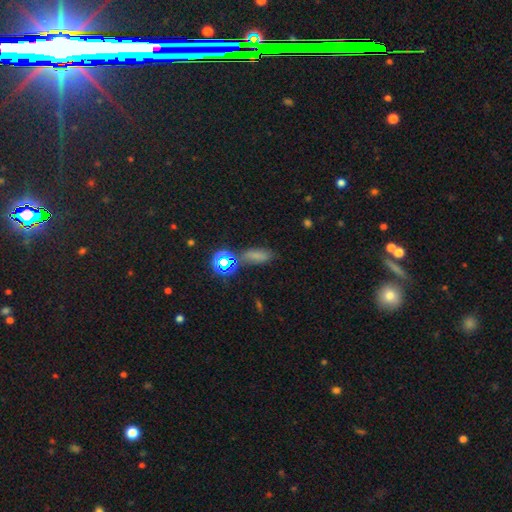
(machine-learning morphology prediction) Q: Smooth or featured?
A: smooth (58%); runner-up: star or artifact (30%)
Q: How rounded?
A: in between (54%); runner-up: cigar-shaped (34%)
Q: Merging?
A: none (57%); runner-up: minor disturbance (20%)